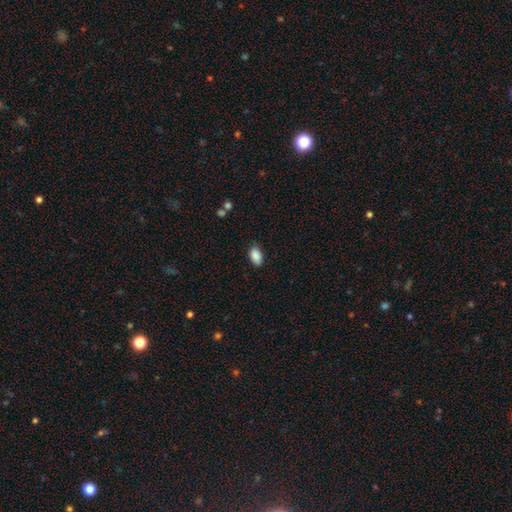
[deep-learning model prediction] A smooth galaxy with no disk features (89%) that is in between round and cigar-shaped (92%).

Vote fractions:
- Smooth or featured? smooth: 89% / star or artifact: 7% / featured or disk: 4%
- How rounded? in between: 92% / round: 6% / cigar-shaped: 2%
- Merging? none: 83% / minor disturbance: 13% / major disturbance: 3% / merger: 1%